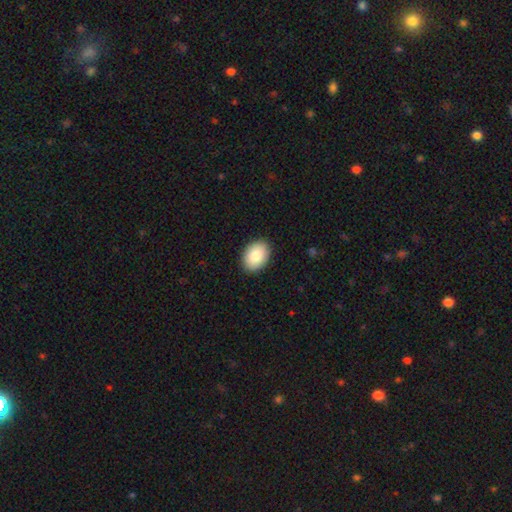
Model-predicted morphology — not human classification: This is clearly a smooth galaxy (86%). How rounded: clearly in between (82%). Merging: clearly none (90%).